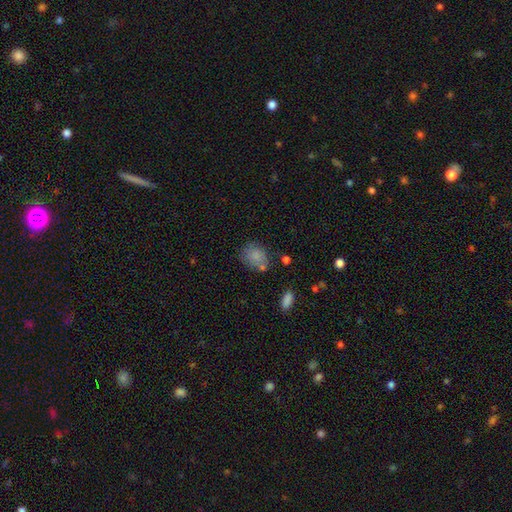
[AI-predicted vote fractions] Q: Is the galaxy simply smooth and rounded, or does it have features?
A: smooth — 82%.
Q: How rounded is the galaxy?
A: round — 50%.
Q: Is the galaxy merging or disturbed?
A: none — 62%.